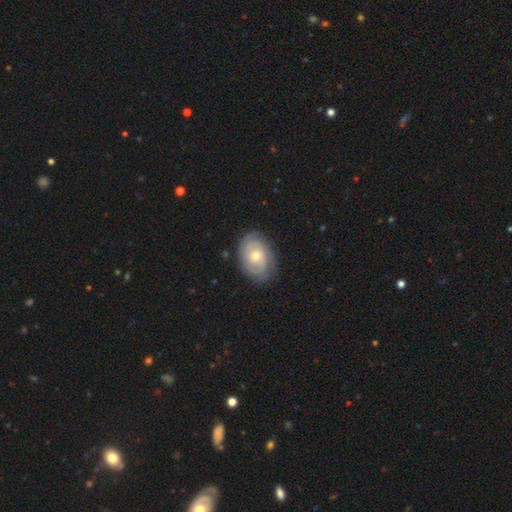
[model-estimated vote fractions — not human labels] Q: Smooth or featured?
A: featured or disk (57%); runner-up: smooth (36%)
Q: Edge-on disk?
A: no (95%); runner-up: yes (5%)
Q: Bar?
A: no (75%); runner-up: weak (22%)
Q: Spiral arms?
A: yes (77%); runner-up: no (23%)
Q: Bulge size?
A: moderate (58%); runner-up: small (37%)
Q: Merging?
A: none (78%); runner-up: minor disturbance (16%)